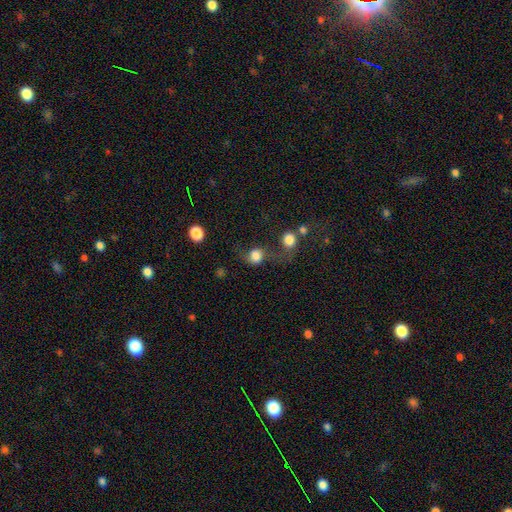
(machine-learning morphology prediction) smooth-or-featured: smooth: 77% | featured or disk: 13% | star or artifact: 10%
  how-rounded: round: 74% | in between: 24% | cigar-shaped: 1%
  merging: none: 40% | major disturbance: 23% | minor disturbance: 20% | merger: 17%